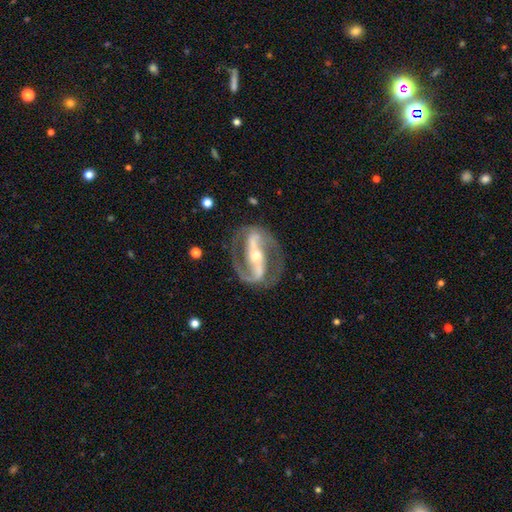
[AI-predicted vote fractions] A featured or disk galaxy (91%) with a strong bar (75%), 2 (92%) medium (52%) spiral arms (95%) and a moderate central bulge (54%). Merging: none (80%).